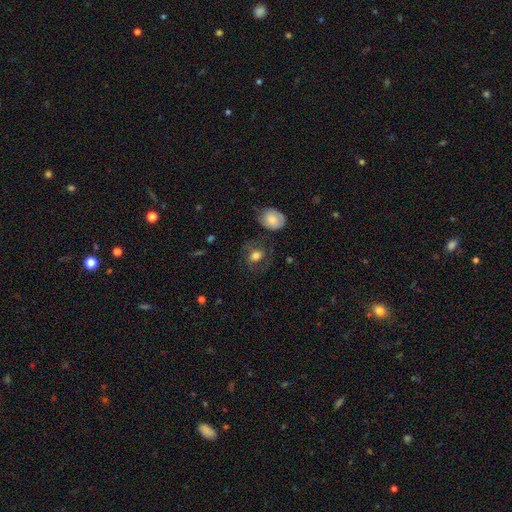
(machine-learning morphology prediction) Overall: smooth (60%; featured or disk 31%). How rounded: round (54%; in between 44%). Merging: none (66%).